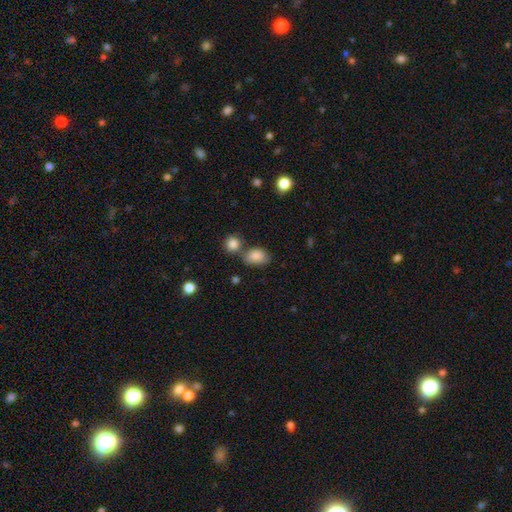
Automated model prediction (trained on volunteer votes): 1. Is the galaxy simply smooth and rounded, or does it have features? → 85% smooth, 9% star or artifact, 6% featured or disk.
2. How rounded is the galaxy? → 78% in between, 21% round, 1% cigar-shaped.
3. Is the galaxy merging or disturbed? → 53% none, 23% merger, 19% minor disturbance, 5% major disturbance.